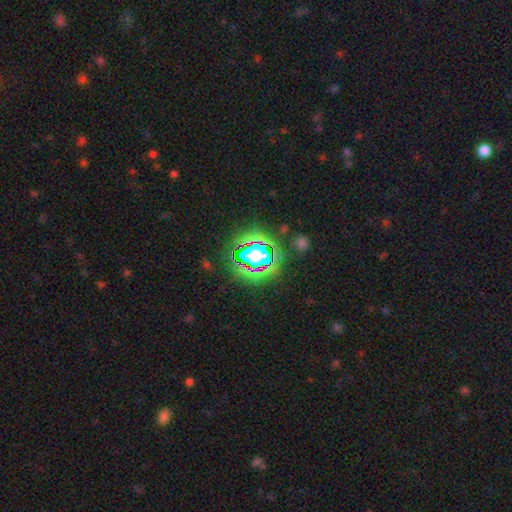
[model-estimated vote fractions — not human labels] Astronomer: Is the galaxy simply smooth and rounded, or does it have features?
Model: star or artifact — 61%.